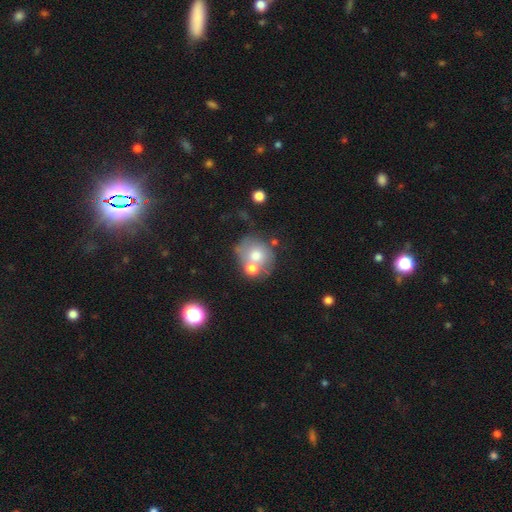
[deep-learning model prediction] smooth_or_featured: smooth (p=0.64) [alt: featured or disk p=0.25]
how_rounded: round (p=0.75) [alt: in between p=0.24]
merging: none (p=0.43) [alt: merger p=0.35]